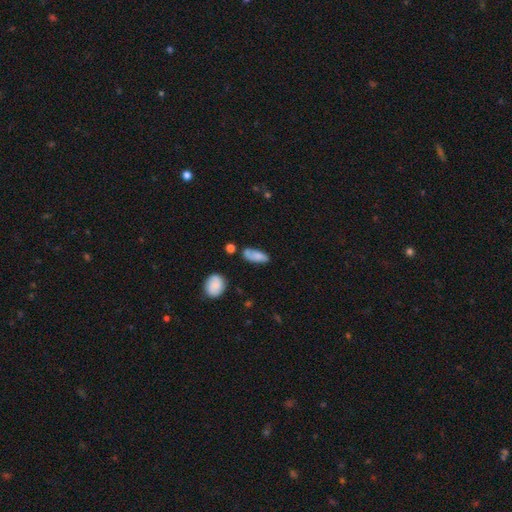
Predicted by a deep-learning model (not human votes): Smooth or featured: smooth — 74% (featured or disk — 19%)
How rounded: in between — 79% (cigar-shaped — 18%)
Merging: none — 58% (minor disturbance — 26%)